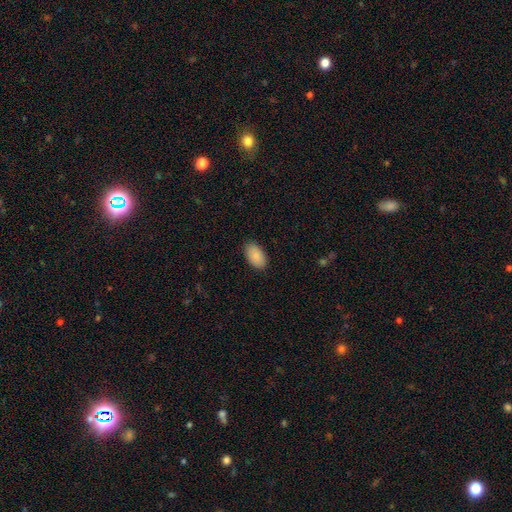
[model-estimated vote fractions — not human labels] Smooth or featured: smooth — 88% (star or artifact — 6%)
How rounded: in between — 95% (round — 4%)
Merging: none — 88% (minor disturbance — 9%)